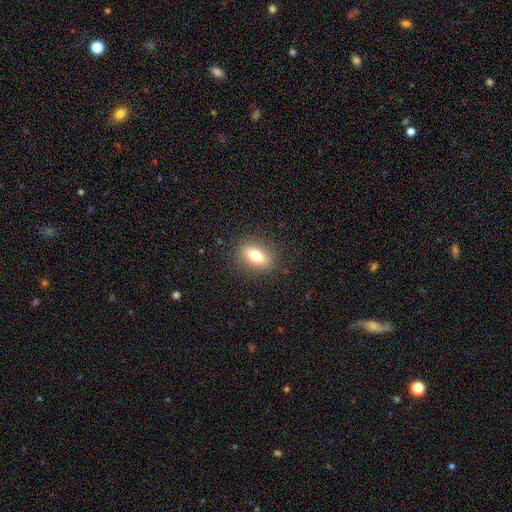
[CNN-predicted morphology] Smooth or featured? smooth (75%)
How rounded? in between (75%)
Merging? none (87%)